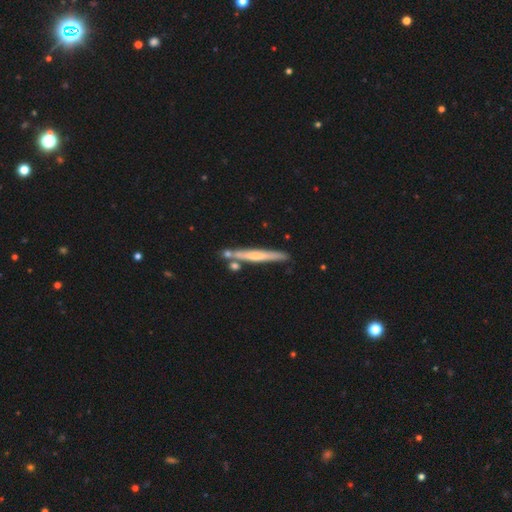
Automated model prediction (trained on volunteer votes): A featured or disk galaxy (51%) viewed edge-on (93%). Merging: none (74%).